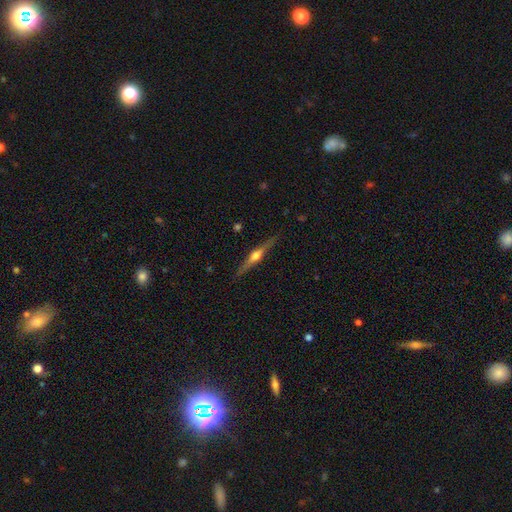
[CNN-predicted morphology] This appears to be a featured or disk galaxy (75%) viewed edge-on (98%) with a rounded central bulge (92%). Merging: none (89%).